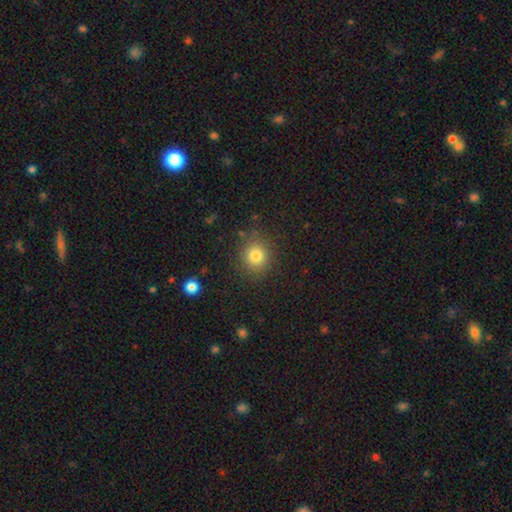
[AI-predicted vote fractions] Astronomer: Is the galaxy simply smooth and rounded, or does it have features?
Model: smooth — 81%.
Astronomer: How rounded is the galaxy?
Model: round — 85%.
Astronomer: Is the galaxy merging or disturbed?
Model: none — 86%.